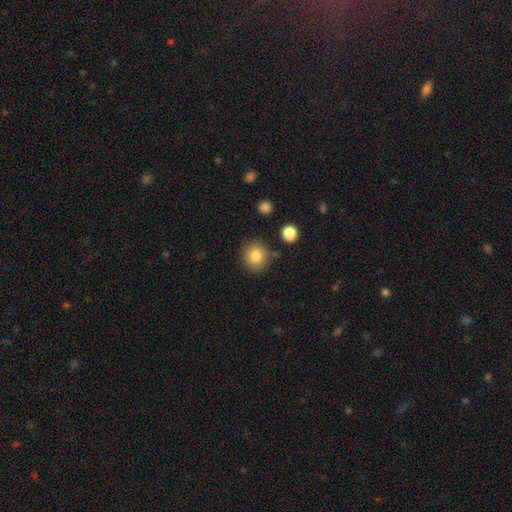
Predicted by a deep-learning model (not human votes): Smooth or featured? Predicted: smooth (p=0.83). How rounded? Predicted: round (p=0.89). Merging? Predicted: none (p=0.83).